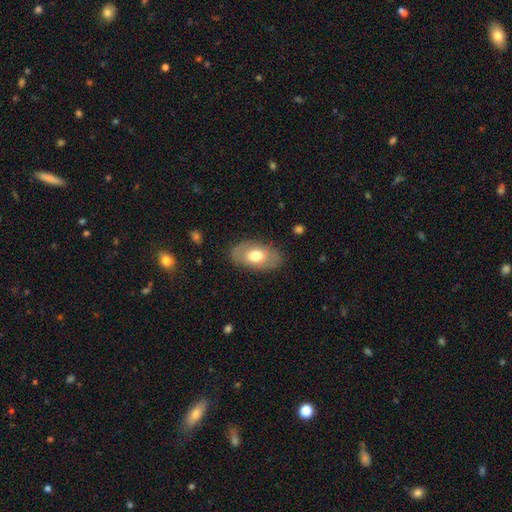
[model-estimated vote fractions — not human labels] Smooth or featured: smooth — 66% (featured or disk — 28%)
How rounded: in between — 92% (round — 6%)
Merging: none — 83% (minor disturbance — 12%)